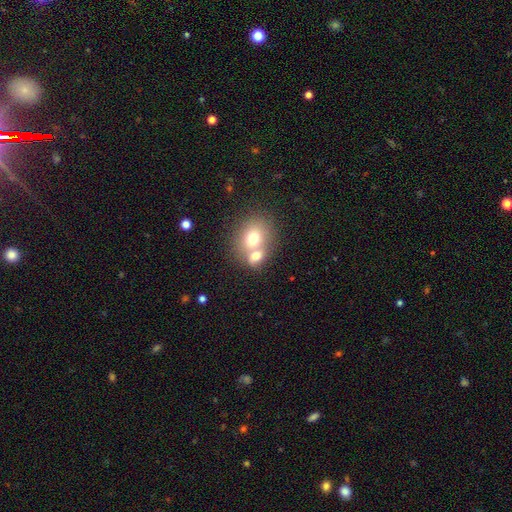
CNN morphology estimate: Overall: smooth (71%). How rounded: round (53%; in between 46%). Merging: merger (62%; none 28%).